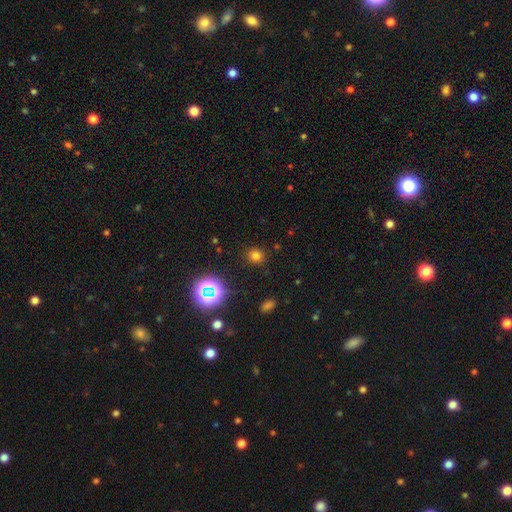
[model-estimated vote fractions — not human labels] The model was most divided on "smooth or featured": smooth: 70%, star or artifact: 24%, featured or disk: 6%. More confident: merging — none (87%); how rounded — round (81%).